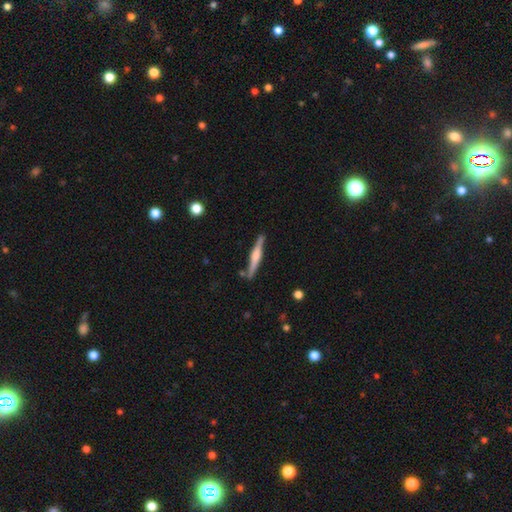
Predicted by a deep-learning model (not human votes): A featured or disk galaxy (69%) viewed edge-on (97%) with a rounded central bulge (72%). Merging: none (85%).